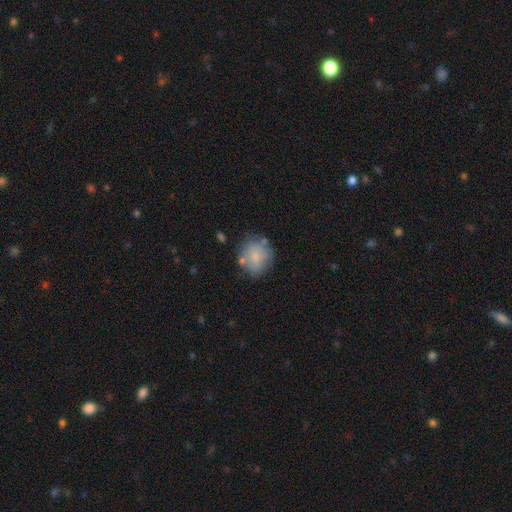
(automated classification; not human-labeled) smooth_or_featured: smooth (p=0.76) [alt: featured or disk p=0.17]
how_rounded: round (p=0.75) [alt: in between p=0.24]
merging: none (p=0.66) [alt: minor disturbance p=0.20]